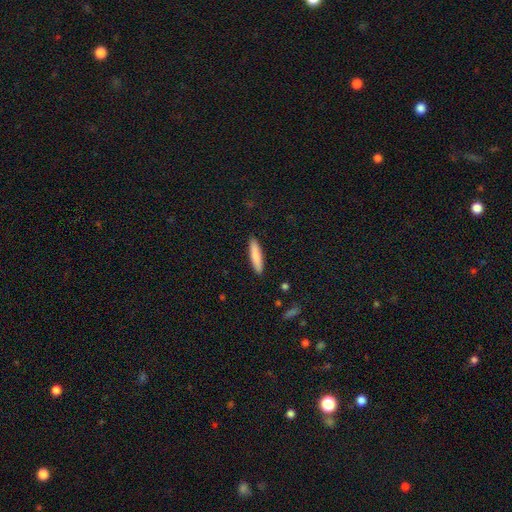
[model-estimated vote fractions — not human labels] A smooth galaxy with no disk features (84%) that is cigar-shaped (84%). Merging: none (91%).